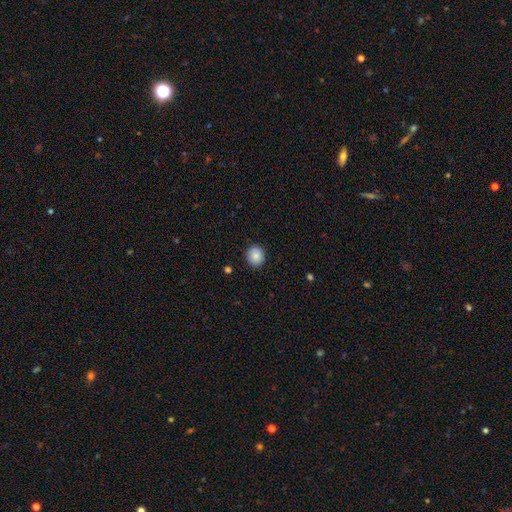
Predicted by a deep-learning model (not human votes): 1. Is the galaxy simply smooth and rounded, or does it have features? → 86% smooth, 9% star or artifact, 5% featured or disk.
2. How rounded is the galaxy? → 80% round, 19% in between, 1% cigar-shaped.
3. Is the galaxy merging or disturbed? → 89% none, 8% minor disturbance, 2% major disturbance, 1% merger.